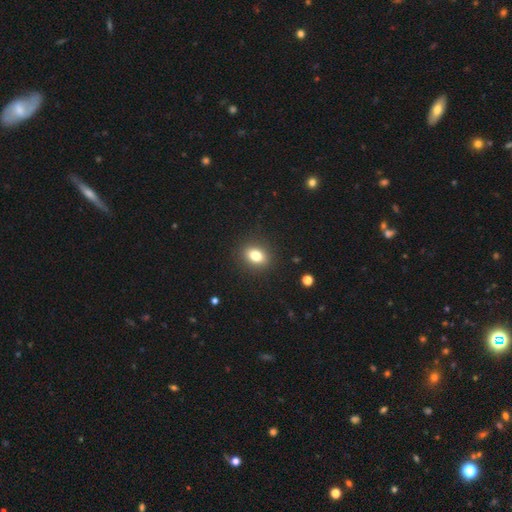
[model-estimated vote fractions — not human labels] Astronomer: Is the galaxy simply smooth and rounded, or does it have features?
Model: smooth — 80%.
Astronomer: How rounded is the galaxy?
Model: in between — 67%.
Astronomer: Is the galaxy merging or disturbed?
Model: none — 89%.